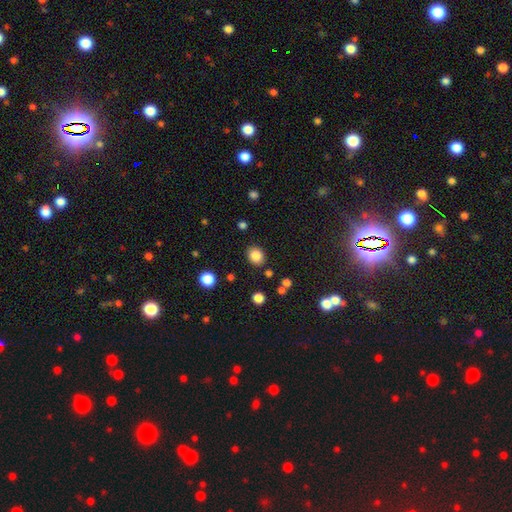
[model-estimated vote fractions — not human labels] Smooth or featured: smooth — 85% (star or artifact — 11%)
How rounded: round — 61% (in between — 38%)
Merging: none — 86% (minor disturbance — 9%)